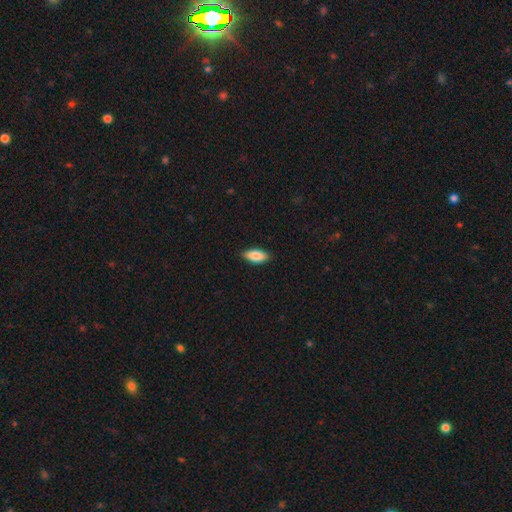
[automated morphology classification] smooth-or-featured: smooth: 85% | featured or disk: 9% | star or artifact: 6%
  how-rounded: in between: 86% | cigar-shaped: 12% | round: 2%
  merging: none: 89% | minor disturbance: 9% | major disturbance: 2% | merger: 1%